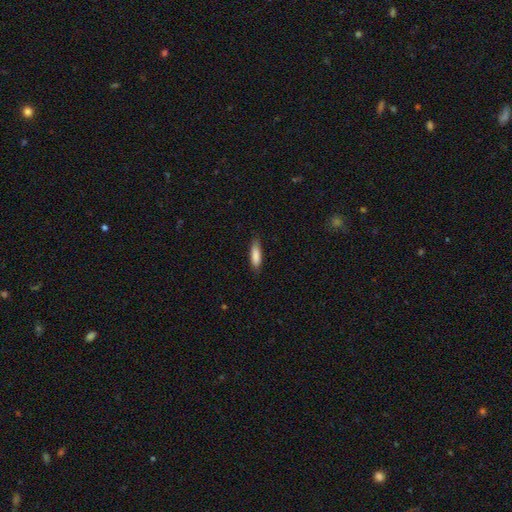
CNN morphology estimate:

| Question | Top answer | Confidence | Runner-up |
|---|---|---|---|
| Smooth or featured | smooth | 86% | featured or disk (8%) |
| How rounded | cigar-shaped | 64% | in between (35%) |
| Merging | none | 83% | minor disturbance (13%) |